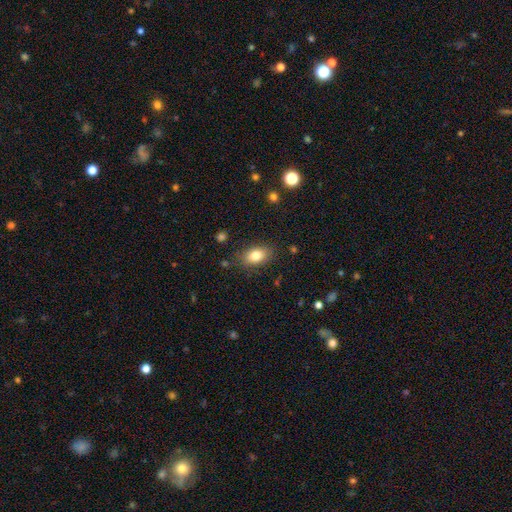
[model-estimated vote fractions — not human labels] smooth 82%, featured or disk 10%, star or artifact 8%. Down the decision tree: how rounded — in between (86%); merging — none (83%).